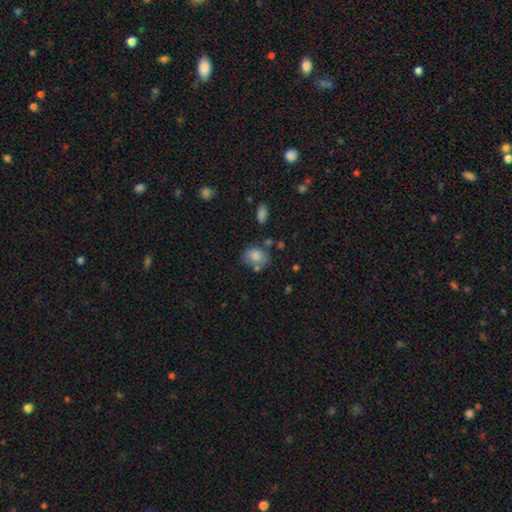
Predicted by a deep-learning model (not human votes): Smooth or featured: smooth — 78% (featured or disk — 13%)
How rounded: in between — 56% (round — 42%)
Merging: none — 56% (minor disturbance — 24%)